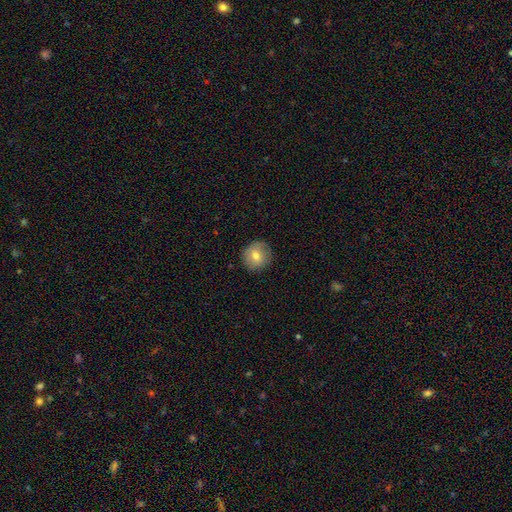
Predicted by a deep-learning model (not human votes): smooth_or_featured: smooth (p=0.73) [alt: featured or disk p=0.18]
how_rounded: round (p=0.90) [alt: in between p=0.09]
merging: none (p=0.86) [alt: minor disturbance p=0.11]